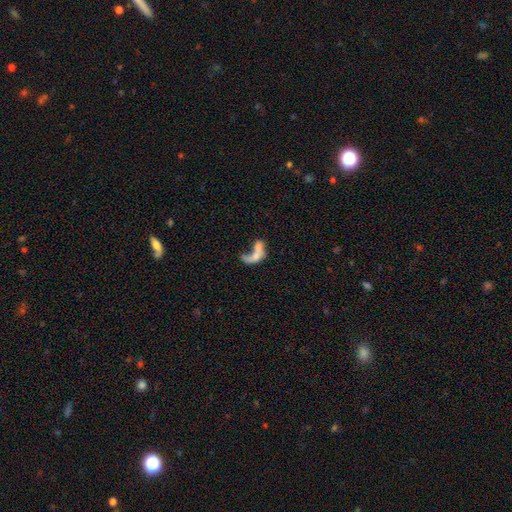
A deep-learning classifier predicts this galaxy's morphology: The model was most divided on "smooth or featured": smooth: 48%, featured or disk: 41%, star or artifact: 12%. More confident: merging — merger (58%).